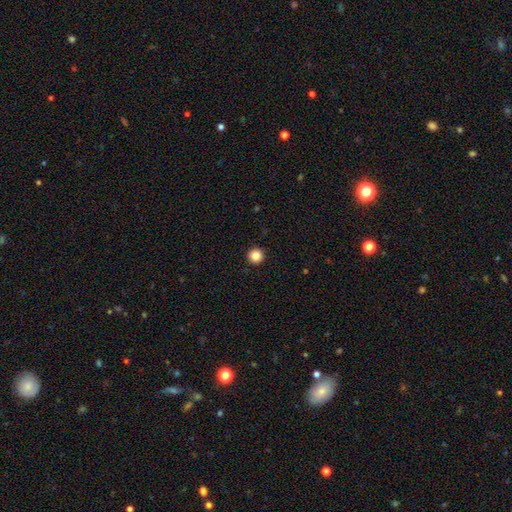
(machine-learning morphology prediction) smooth_or_featured: smooth (p=0.85) [alt: star or artifact p=0.11]
how_rounded: round (p=0.97) [alt: in between p=0.02]
merging: none (p=0.94) [alt: minor disturbance p=0.04]